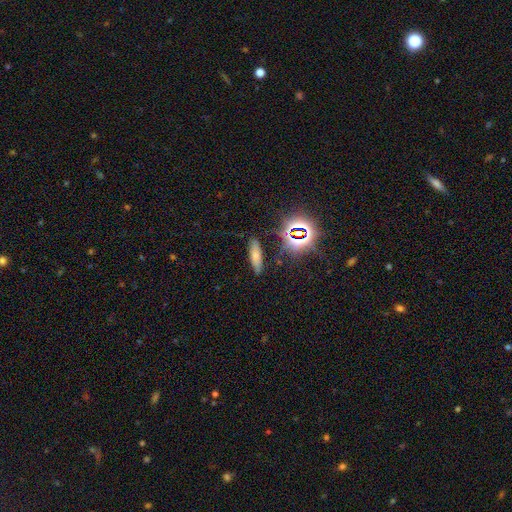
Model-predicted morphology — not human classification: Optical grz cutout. It shows a smooth galaxy with no disk features (63%) that is cigar-shaped (60%). Merging: none (83%).